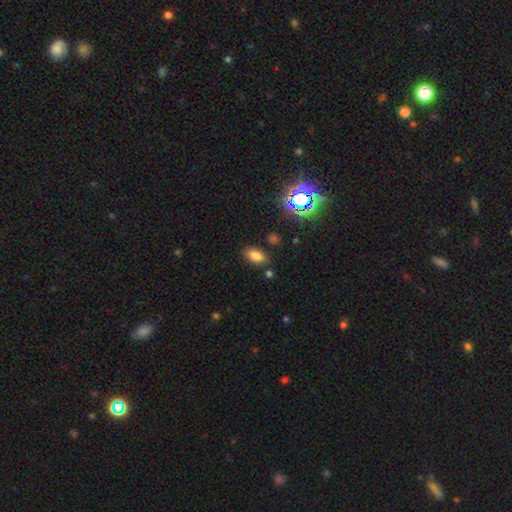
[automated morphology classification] Smooth or featured? Predicted: smooth (p=0.76). How rounded? Predicted: in between (p=0.88). Merging? Predicted: none (p=0.82).